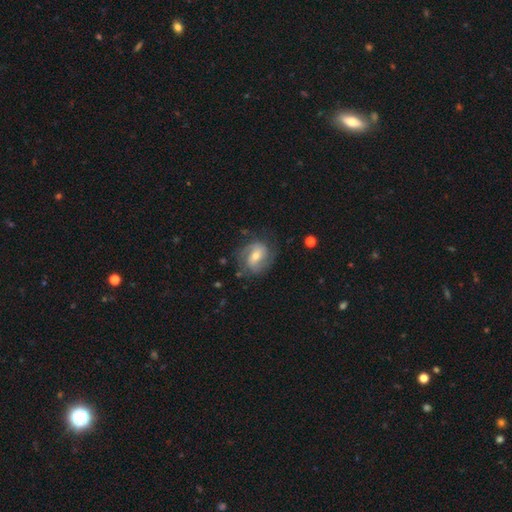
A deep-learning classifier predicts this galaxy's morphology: This is likely a featured or disk galaxy (76%). It is clearly not viewed edge-on (97%). Bar: possibly weak (45%). Spiral arm pattern: clearly yes (91%). Spiral arm count: likely 2 (72%). Spiral winding: possibly medium (45%). Central bulge: possibly moderate (53%). Merging: likely none (71%).